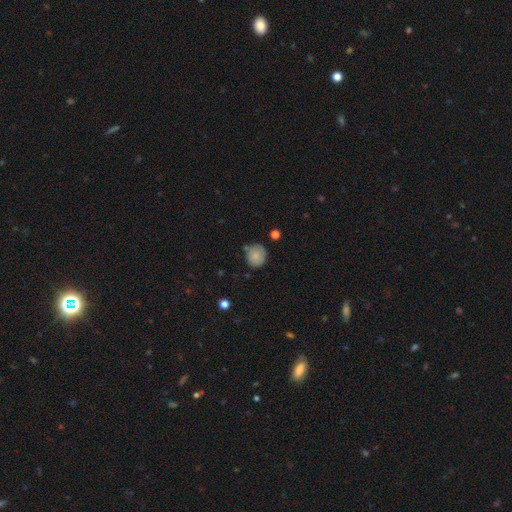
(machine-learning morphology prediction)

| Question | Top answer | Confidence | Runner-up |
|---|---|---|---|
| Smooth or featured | smooth | 79% | featured or disk (12%) |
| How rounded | round | 79% | in between (20%) |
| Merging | none | 59% | minor disturbance (30%) |